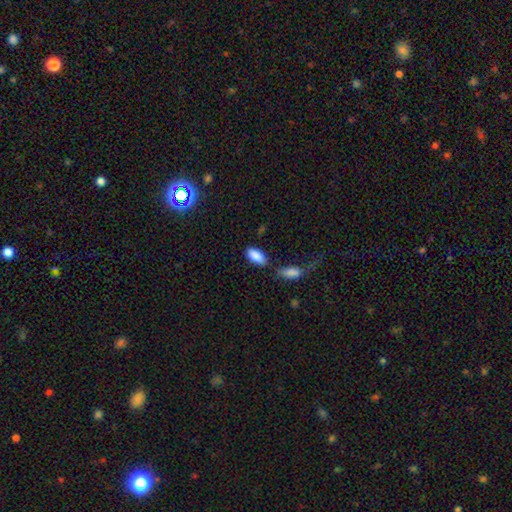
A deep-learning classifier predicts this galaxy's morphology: Smooth or featured: smooth — 87% (star or artifact — 7%)
How rounded: in between — 91% (cigar-shaped — 6%)
Merging: none — 65% (minor disturbance — 18%)